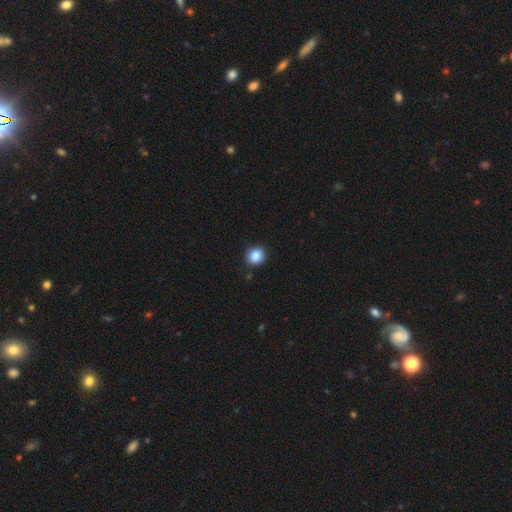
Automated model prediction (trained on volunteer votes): A smooth galaxy with no disk features (86%) that is round (84%).

Vote fractions:
- Smooth or featured? smooth: 86% / star or artifact: 10% / featured or disk: 4%
- How rounded? round: 84% / in between: 15% / cigar-shaped: 1%
- Merging? none: 91% / minor disturbance: 6% / major disturbance: 2% / merger: 1%